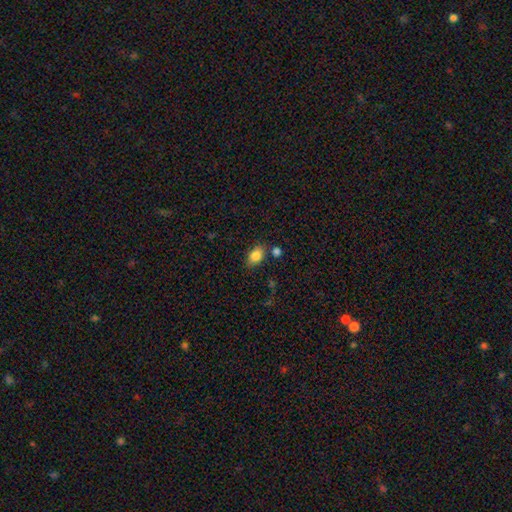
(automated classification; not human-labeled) This appears to be a smooth galaxy with no disk features (84%) that is in between round and cigar-shaped (82%). Merging: none (77%).